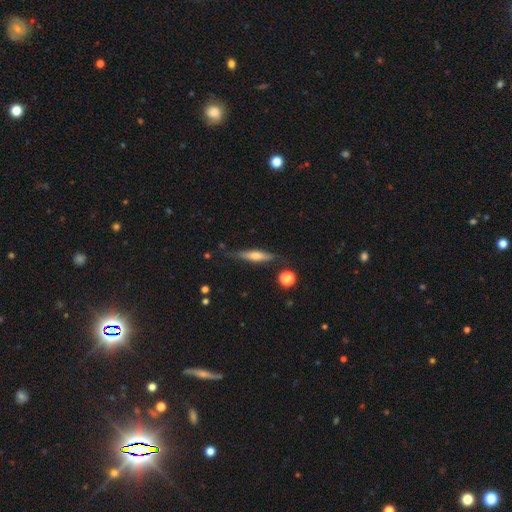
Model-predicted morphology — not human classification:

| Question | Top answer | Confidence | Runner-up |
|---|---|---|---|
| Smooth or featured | featured or disk | 52% | smooth (41%) |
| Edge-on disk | yes | 92% | no (8%) |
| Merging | none | 77% | minor disturbance (17%) |